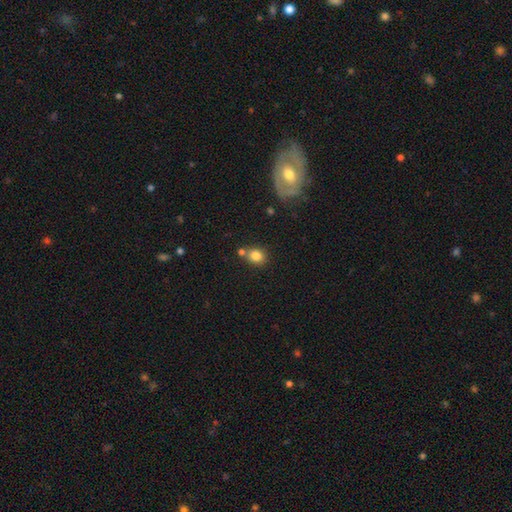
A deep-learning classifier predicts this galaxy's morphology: Smooth or featured?
  - smooth: 82% *
  - star or artifact: 11%
  - featured or disk: 7%
How rounded?
  - round: 63% *
  - in between: 36%
  - cigar-shaped: 1%
Merging?
  - none: 65% *
  - merger: 19%
  - minor disturbance: 12%
  - major disturbance: 4%